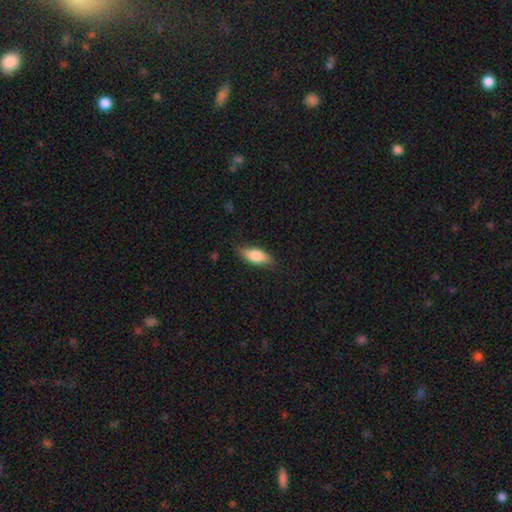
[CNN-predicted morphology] smooth 80%, featured or disk 14%, star or artifact 6%. Down the decision tree: how rounded — in between (80%); merging — none (77%).